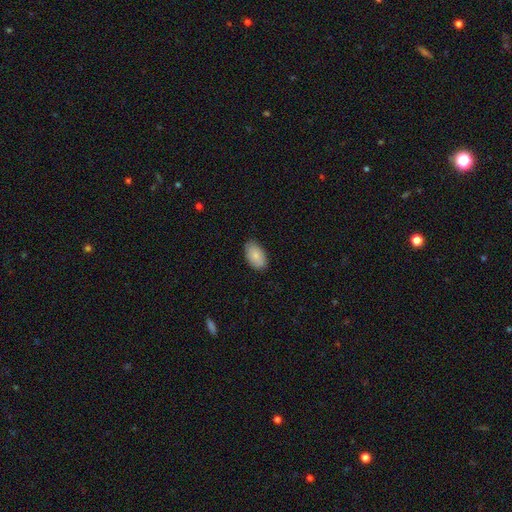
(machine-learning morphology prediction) A smooth galaxy with no disk features (85%) that is in between round and cigar-shaped (95%).

Vote fractions:
- Smooth or featured? smooth: 85% / featured or disk: 9% / star or artifact: 6%
- How rounded? in between: 95% / round: 4% / cigar-shaped: 2%
- Merging? none: 85% / minor disturbance: 12% / major disturbance: 2% / merger: 1%